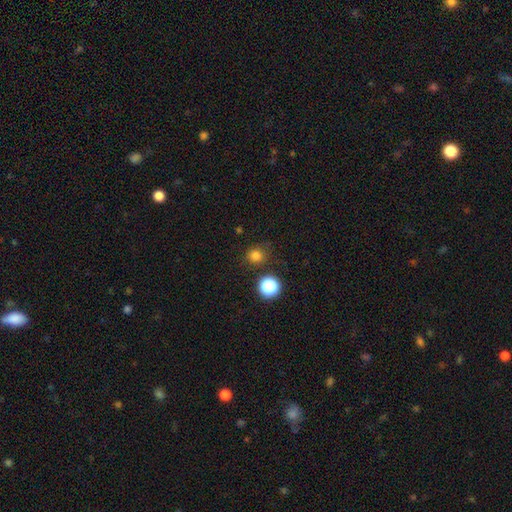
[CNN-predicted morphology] This is likely a smooth galaxy (78%). How rounded: clearly round (89%). Merging: clearly none (83%).